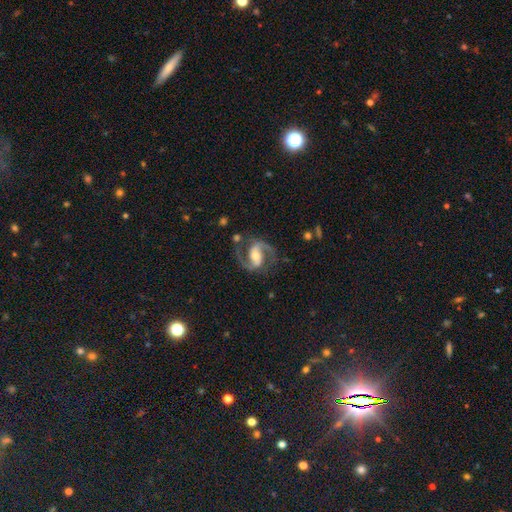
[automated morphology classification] The model was most divided on "bar": strong: 41%, weak: 36%, no: 23%. More confident: edge-on disk — no (98%); spiral arms — yes (98%); spiral arm count — 2 (94%); smooth or featured — featured or disk (91%); merging — none (79%); bulge size — moderate (65%); spiral winding — medium (64%).